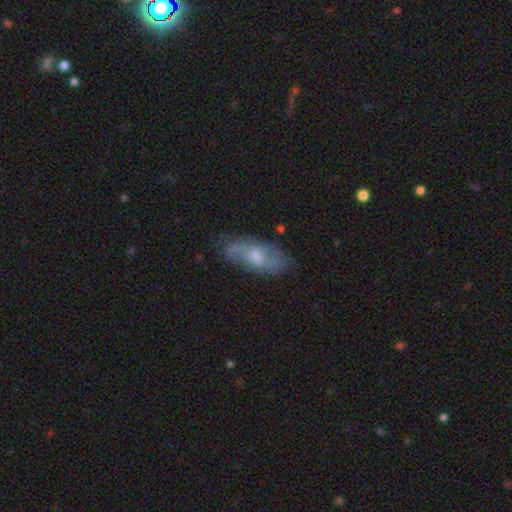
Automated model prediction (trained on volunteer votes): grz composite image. It shows a featured or disk galaxy (66%) with no bar (55%), spiral arms (83%) and a moderate central bulge (58%). Merging: none (72%).